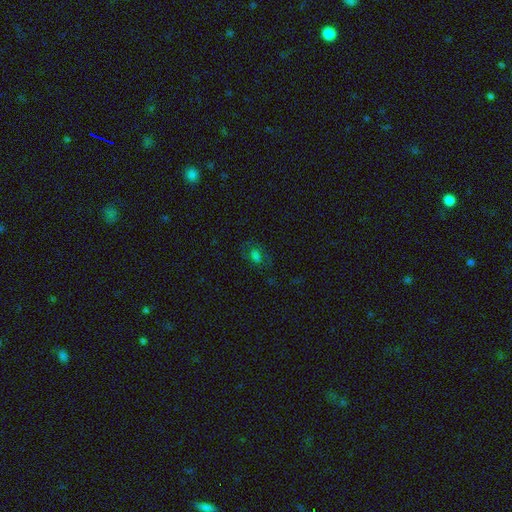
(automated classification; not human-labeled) Smooth or featured: smooth — 57% (star or artifact — 24%)
How rounded: in between — 78% (round — 19%)
Merging: none — 62% (minor disturbance — 19%)